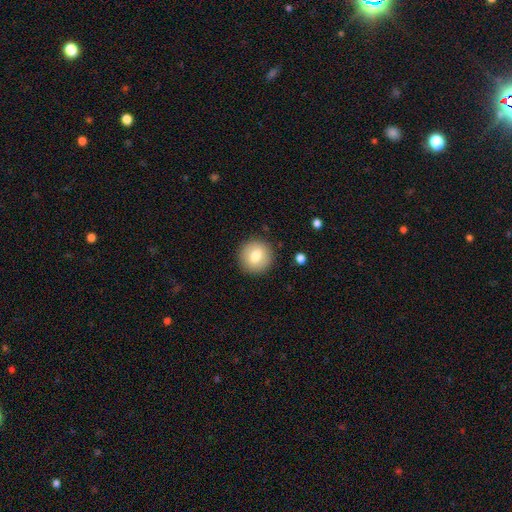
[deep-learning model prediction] smooth 77%, featured or disk 15%, star or artifact 8%. Down the decision tree: how rounded — round (92%); merging — none (90%).